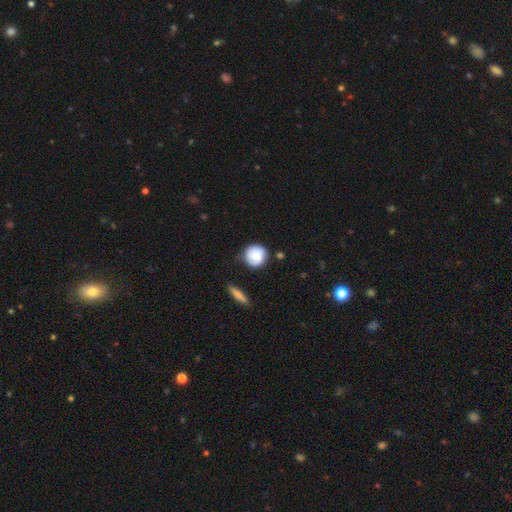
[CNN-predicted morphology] Overall: smooth (78%). How rounded: round (92%). Merging: none (77%).